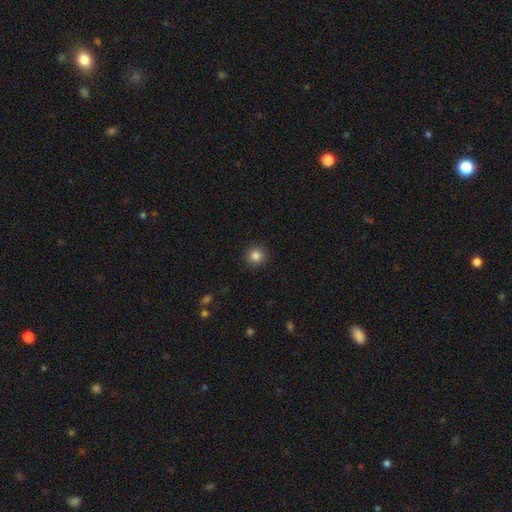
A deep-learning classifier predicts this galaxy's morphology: The model was most divided on "smooth or featured": smooth: 85%, star or artifact: 11%, featured or disk: 4%. More confident: how rounded — round (95%); merging — none (92%).